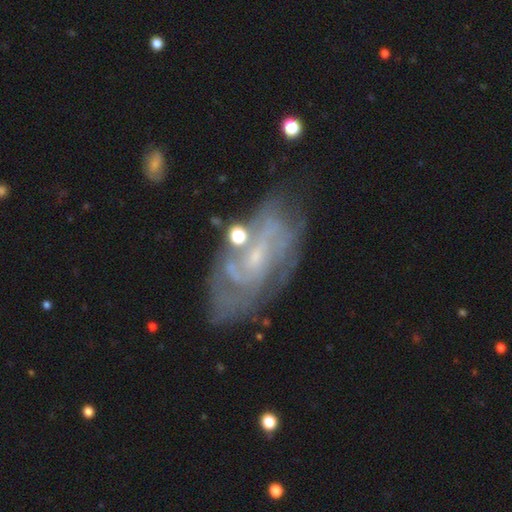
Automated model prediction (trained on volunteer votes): Smooth or featured? Predicted: featured or disk (p=0.82). Edge-on disk? Predicted: no (p=0.95). Bar? Predicted: no (p=0.48). Spiral arms? Predicted: yes (p=0.88). Spiral winding? Predicted: tight (p=0.55). Spiral arm count? Predicted: can't tell (p=0.42). Bulge size? Predicted: small (p=0.69). Merging? Predicted: none (p=0.64).